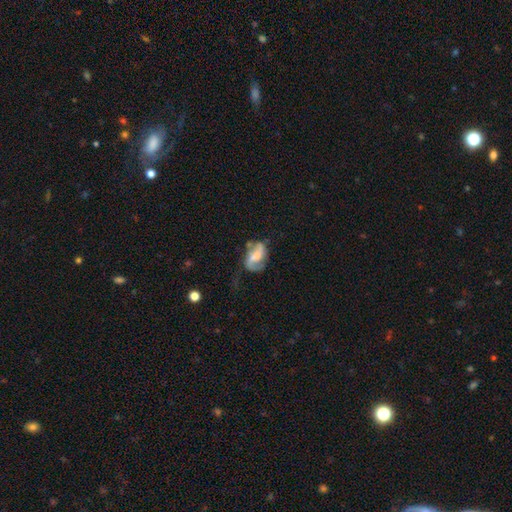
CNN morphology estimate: type=featured or disk (67%); edge-on=no (97%); bar=weak (41%); spiral arms=yes (85%); winding=loose (49%); arm count=2 (82%); bulge=moderate (32%); merging=none (49%).